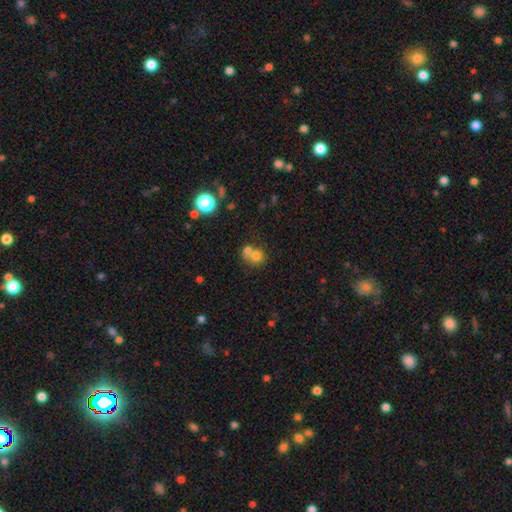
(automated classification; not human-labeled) This is likely a smooth galaxy (70%). How rounded: likely round (75%). Merging: possibly merger (56%).